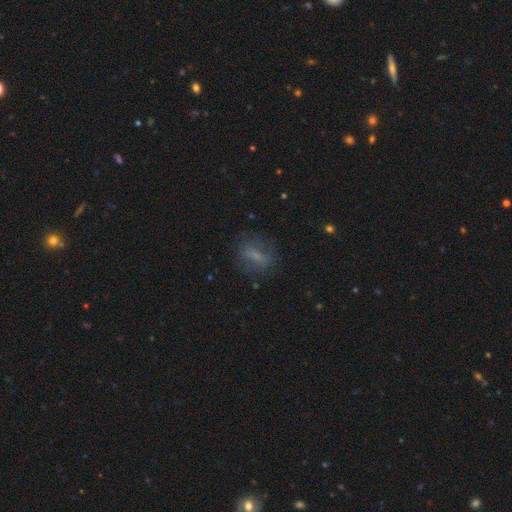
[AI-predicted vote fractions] smooth_or_featured: smooth (p=0.53) [alt: featured or disk p=0.33]
how_rounded: in between (p=0.56) [alt: round p=0.28]
merging: none (p=0.73) [alt: minor disturbance p=0.16]